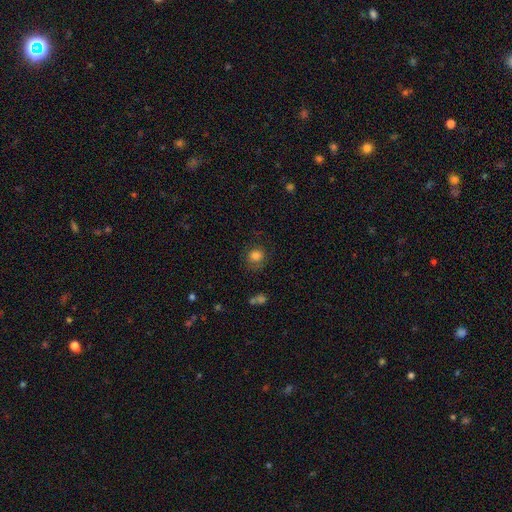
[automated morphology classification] This is likely a smooth galaxy (80%). How rounded: clearly round (82%). Merging: likely none (73%).